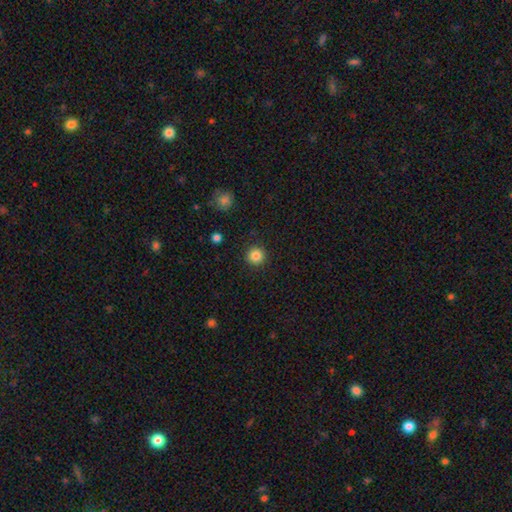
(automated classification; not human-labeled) Smooth or featured: smooth — 85% (star or artifact — 11%)
How rounded: round — 96% (in between — 3%)
Merging: none — 92% (minor disturbance — 5%)